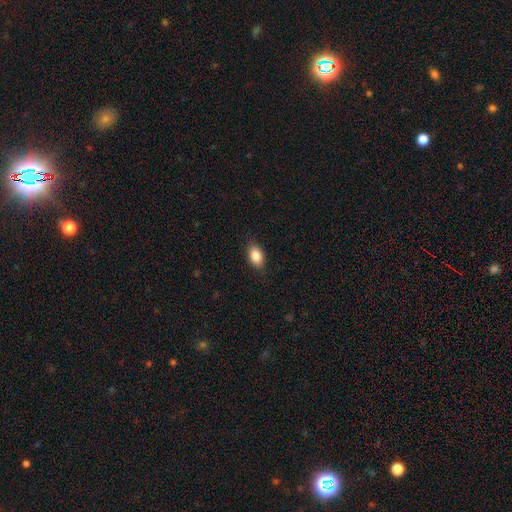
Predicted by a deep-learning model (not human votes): Overall: smooth (86%). How rounded: in between (87%). Merging: none (85%).